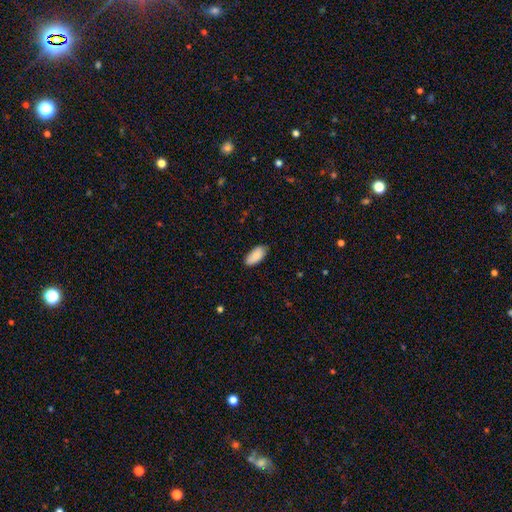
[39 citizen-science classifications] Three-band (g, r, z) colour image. It shows a smooth galaxy with no disk features (87%) that is in between round and cigar-shaped (88%). Merging: none (73%).